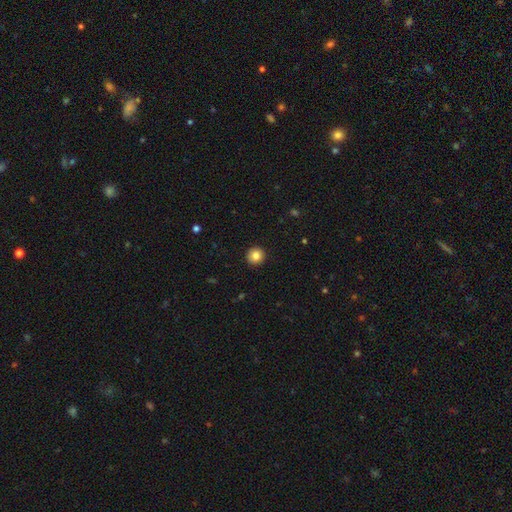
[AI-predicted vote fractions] Q: Smooth or featured?
A: smooth (84%); runner-up: star or artifact (9%)
Q: How rounded?
A: round (95%); runner-up: in between (4%)
Q: Merging?
A: none (93%); runner-up: minor disturbance (4%)